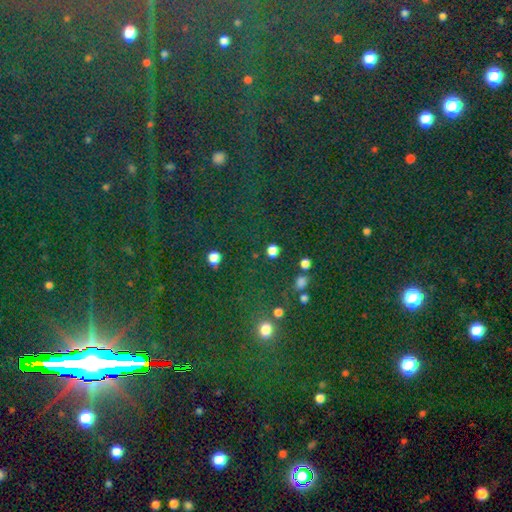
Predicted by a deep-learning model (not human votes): Overall: star or artifact (83%).